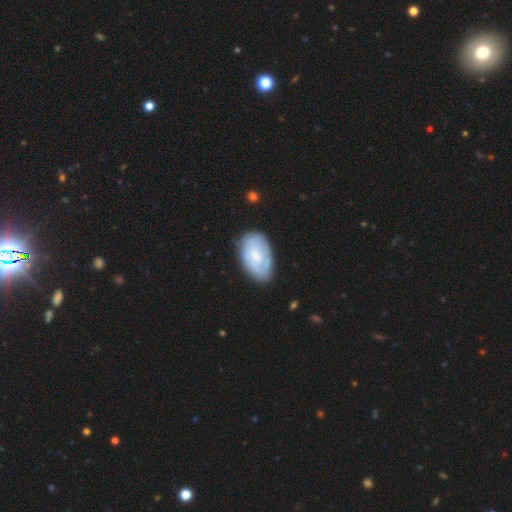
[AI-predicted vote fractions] Q: Smooth or featured?
A: featured or disk (51%); runner-up: smooth (43%)
Q: Edge-on disk?
A: no (96%); runner-up: yes (4%)
Q: Merging?
A: none (70%); runner-up: minor disturbance (22%)